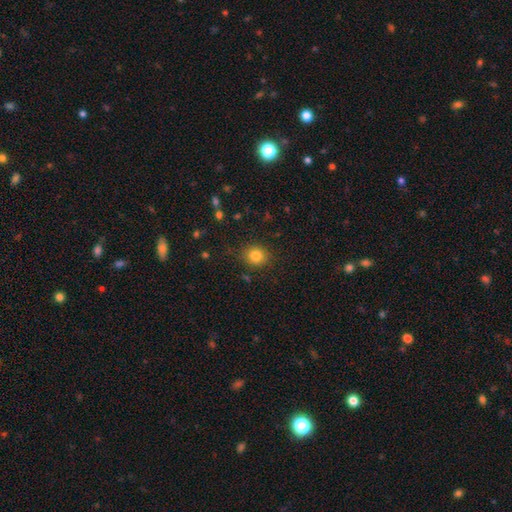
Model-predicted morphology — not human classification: Smooth or featured? smooth (82%)
How rounded? round (73%)
Merging? none (85%)